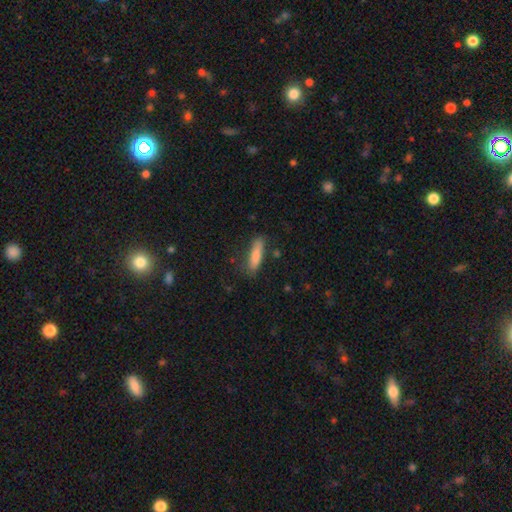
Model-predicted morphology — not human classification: This is clearly a smooth galaxy (83%). How rounded: likely cigar-shaped (68%). Merging: likely none (73%).